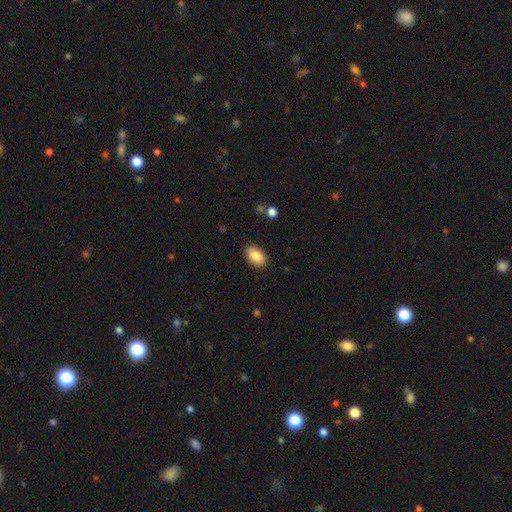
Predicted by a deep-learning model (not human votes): Q: Smooth or featured?
A: smooth (85%); runner-up: featured or disk (8%)
Q: How rounded?
A: in between (92%); runner-up: round (7%)
Q: Merging?
A: none (87%); runner-up: minor disturbance (9%)